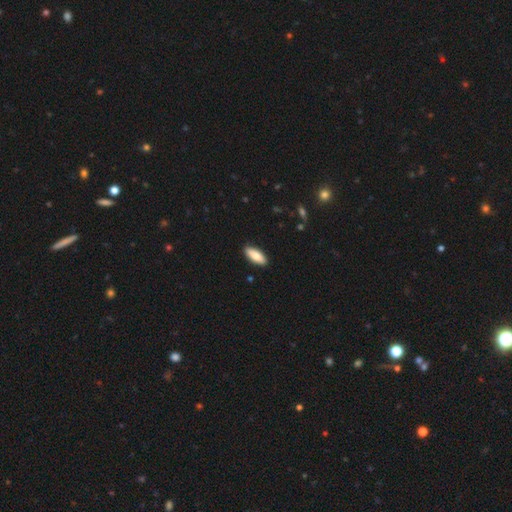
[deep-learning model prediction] A smooth galaxy with no disk features (82%) that is in between round and cigar-shaped (77%).

Vote fractions:
- Smooth or featured? smooth: 82% / featured or disk: 12% / star or artifact: 6%
- How rounded? in between: 77% / cigar-shaped: 22% / round: 2%
- Merging? none: 90% / minor disturbance: 8% / major disturbance: 2% / merger: 1%